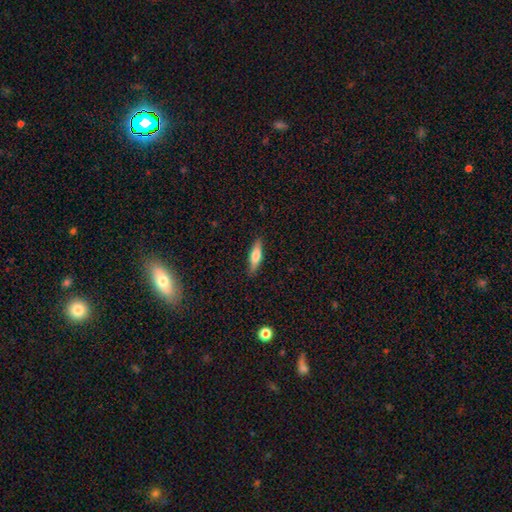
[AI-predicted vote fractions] smooth_or_featured: smooth (p=0.65) [alt: featured or disk p=0.29]
how_rounded: cigar-shaped (p=0.62) [alt: in between p=0.35]
merging: none (p=0.88) [alt: minor disturbance p=0.09]